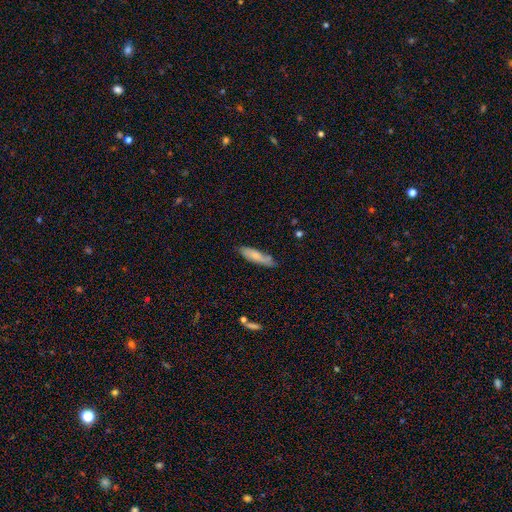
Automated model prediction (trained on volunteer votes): Overall: smooth (70%). How rounded: cigar-shaped (67%; in between 32%). Merging: none (67%).